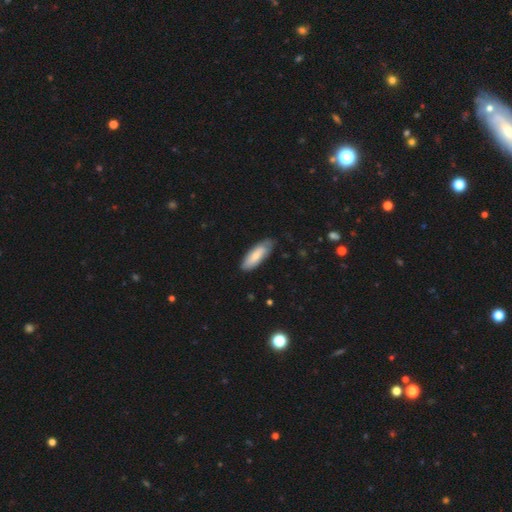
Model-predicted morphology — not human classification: Q: Smooth or featured?
A: smooth (73%); runner-up: featured or disk (21%)
Q: How rounded?
A: in between (64%); runner-up: cigar-shaped (35%)
Q: Merging?
A: none (75%); runner-up: minor disturbance (20%)